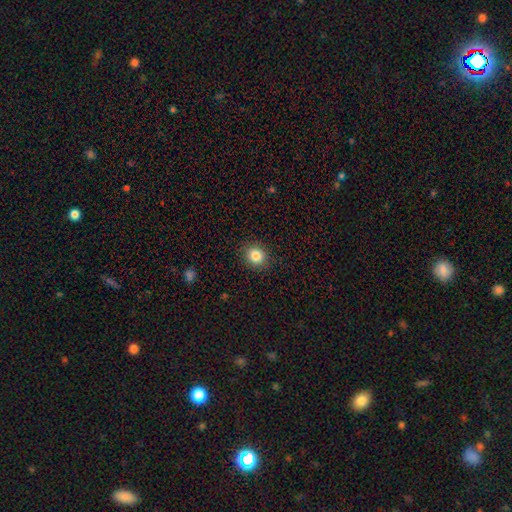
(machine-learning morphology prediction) smooth-or-featured: smooth: 84% | star or artifact: 11% | featured or disk: 5%
  how-rounded: round: 76% | in between: 23% | cigar-shaped: 1%
  merging: none: 90% | minor disturbance: 7% | major disturbance: 2% | merger: 1%